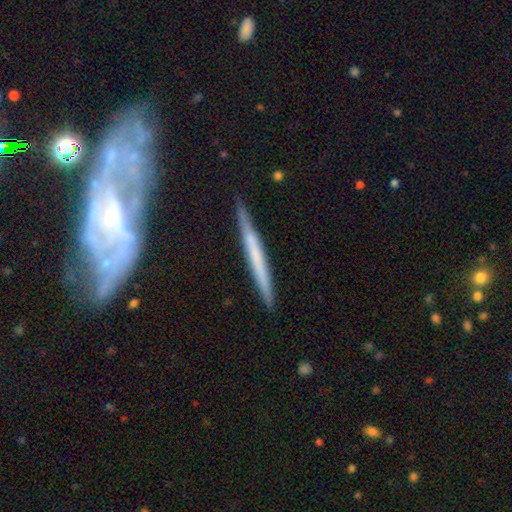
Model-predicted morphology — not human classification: This is possibly a featured or disk galaxy (58%). It is clearly viewed edge-on (91%). Edge-on bulge: clearly none (82%). Merging: clearly none (83%).